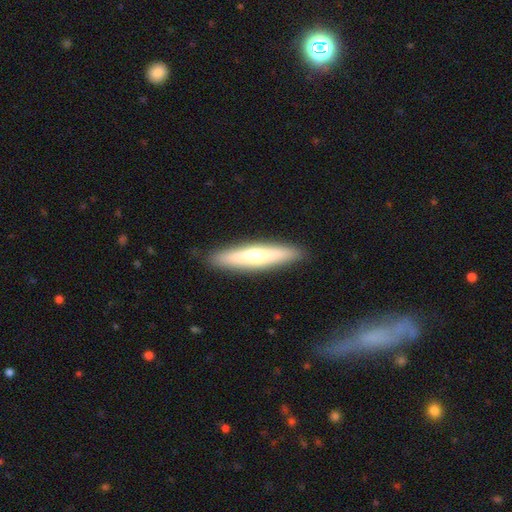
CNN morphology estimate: Smooth or featured: smooth — 50% (featured or disk — 44%)
How rounded: cigar-shaped — 83% (in between — 15%)
Merging: none — 90% (minor disturbance — 8%)